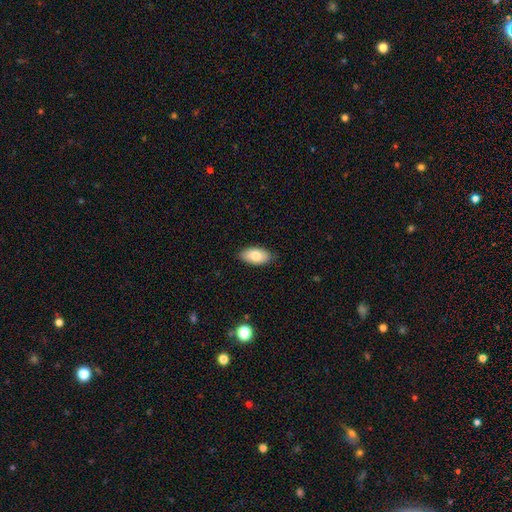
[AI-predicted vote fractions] Smooth or featured?
  - smooth: 81% *
  - featured or disk: 13%
  - star or artifact: 6%
How rounded?
  - in between: 95% *
  - round: 3%
  - cigar-shaped: 2%
Merging?
  - none: 85% *
  - minor disturbance: 12%
  - major disturbance: 2%
  - merger: 1%